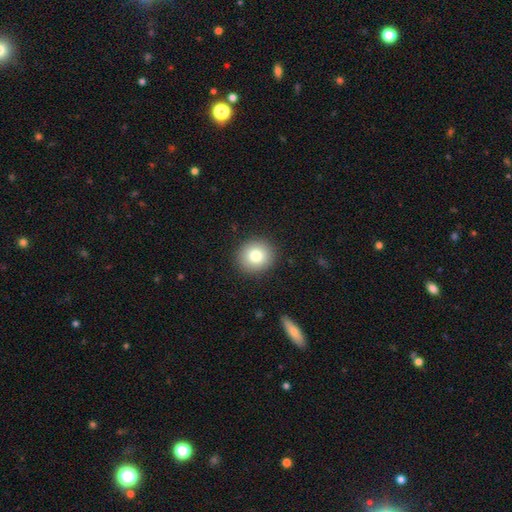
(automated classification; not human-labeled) This appears to be a smooth galaxy with no disk features (81%) that is round (87%). Merging: none (90%).